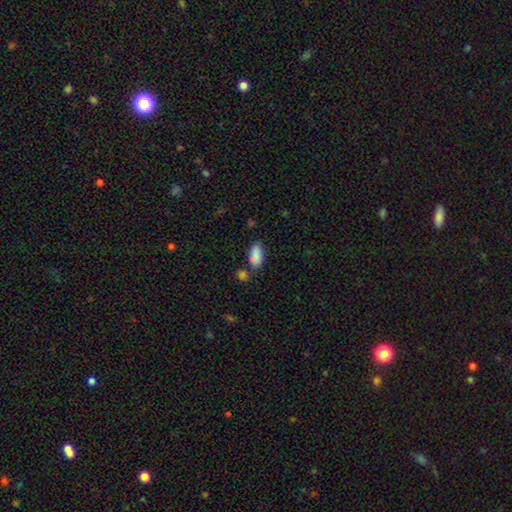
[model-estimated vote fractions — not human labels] Q: Smooth or featured?
A: smooth (88%); runner-up: star or artifact (7%)
Q: How rounded?
A: in between (91%); runner-up: cigar-shaped (6%)
Q: Merging?
A: none (70%); runner-up: minor disturbance (15%)